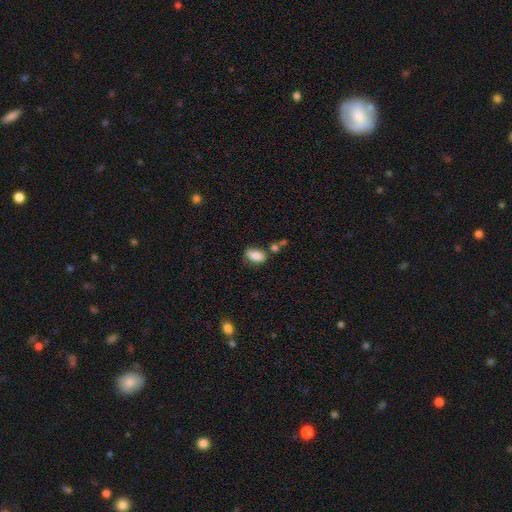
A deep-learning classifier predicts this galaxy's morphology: smooth-or-featured: smooth: 82% | featured or disk: 9% | star or artifact: 8%
  how-rounded: in between: 88% | round: 7% | cigar-shaped: 5%
  merging: none: 56% | minor disturbance: 24% | merger: 13% | major disturbance: 7%